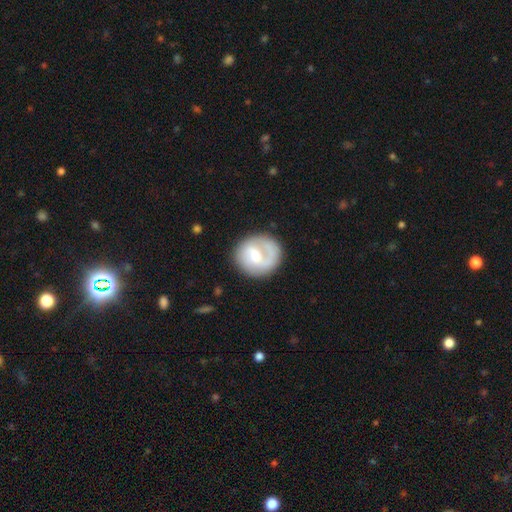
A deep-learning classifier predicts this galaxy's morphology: smooth_or_featured: featured or disk (p=0.55) [alt: smooth p=0.40]
disk_edge_on: no (p=0.98) [alt: yes p=0.02]
bar: weak (p=0.49) [alt: no p=0.37]
has_spiral_arms: yes (p=0.74) [alt: no p=0.26]
bulge_size: moderate (p=0.46) [alt: small p=0.26]
merging: none (p=0.70) [alt: minor disturbance p=0.17]